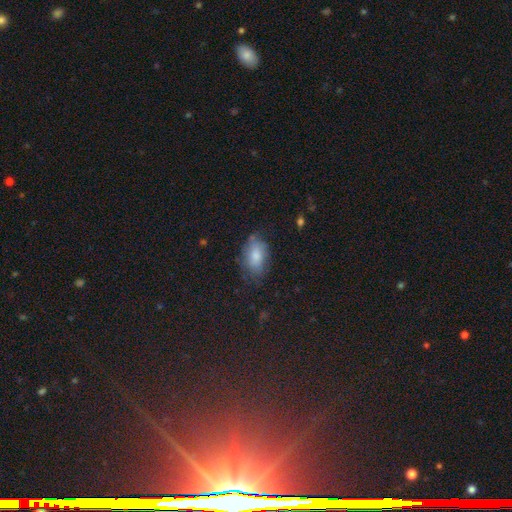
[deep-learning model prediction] Morphology: type=smooth (74%); roundness=in between (90%); merging=none (60%).